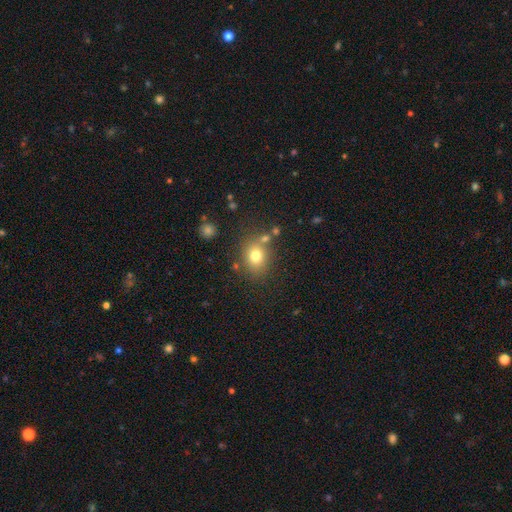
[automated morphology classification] type=smooth (75%); roundness=round (61%); merging=none (73%).